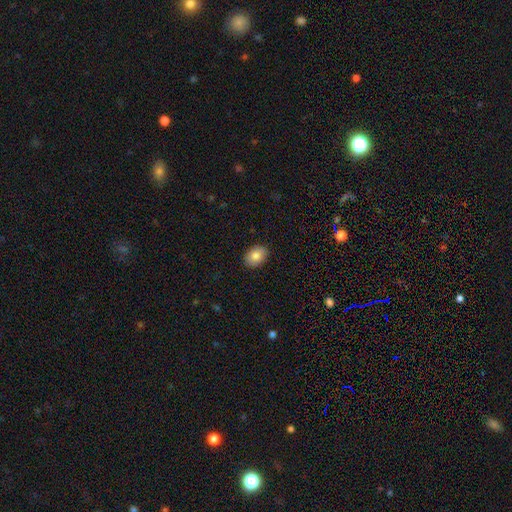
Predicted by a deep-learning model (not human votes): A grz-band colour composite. It shows a smooth galaxy with no disk features (82%) that is in between round and cigar-shaped (77%). Merging: none (90%).